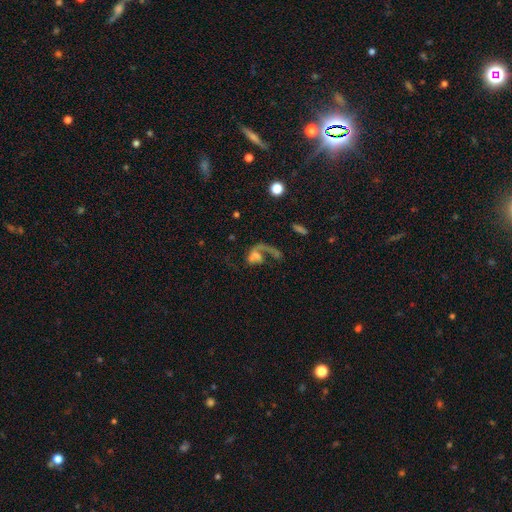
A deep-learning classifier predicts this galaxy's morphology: smooth_or_featured: featured or disk (p=0.58) [alt: smooth p=0.28]
disk_edge_on: no (p=0.96) [alt: yes p=0.04]
bar: no (p=0.72) [alt: weak p=0.20]
has_spiral_arms: yes (p=0.64) [alt: no p=0.36]
bulge_size: none (p=0.54) [alt: small p=0.20]
merging: major disturbance (p=0.47) [alt: none p=0.27]